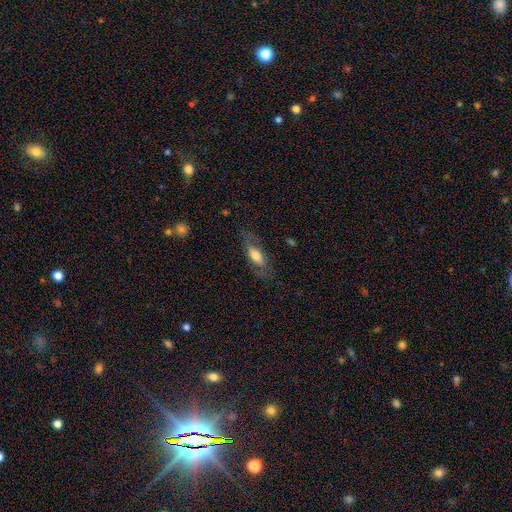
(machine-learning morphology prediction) The model was most divided on "smooth or featured": smooth: 56%, featured or disk: 37%, star or artifact: 7%. More confident: how rounded — in between (78%); merging — none (70%).